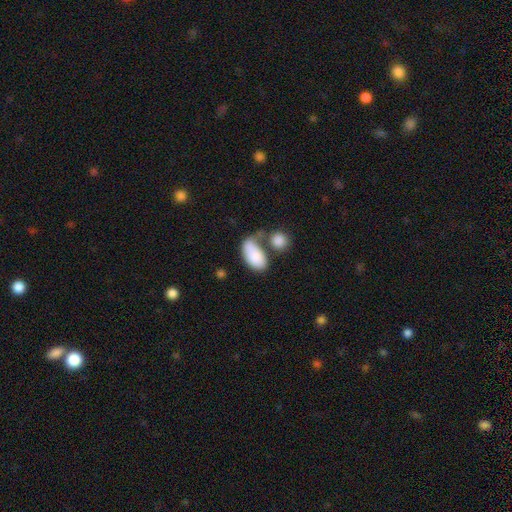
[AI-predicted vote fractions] This is clearly a smooth galaxy (84%). How rounded: clearly in between (93%). Merging: marginally merger (37%).